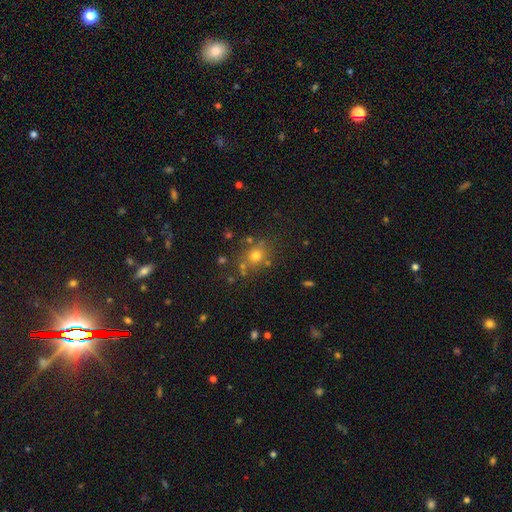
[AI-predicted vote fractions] A smooth galaxy with no disk features (67%) that is round (74%).

Vote fractions:
- Smooth or featured? smooth: 67% / star or artifact: 20% / featured or disk: 13%
- How rounded? round: 74% / in between: 24% / cigar-shaped: 1%
- Merging? none: 73% / minor disturbance: 13% / merger: 9% / major disturbance: 5%